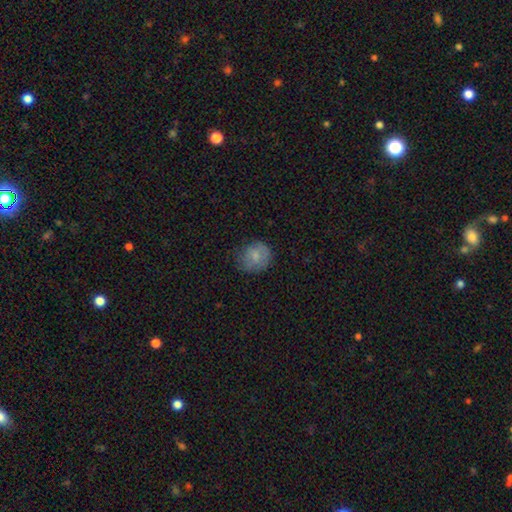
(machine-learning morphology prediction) smooth_or_featured: smooth (p=0.76) [alt: featured or disk p=0.16]
how_rounded: round (p=0.77) [alt: in between p=0.22]
merging: none (p=0.71) [alt: minor disturbance p=0.21]